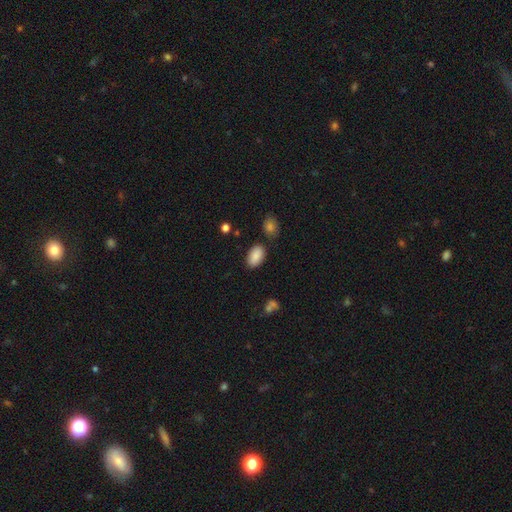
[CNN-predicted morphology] type=smooth (88%); roundness=in between (93%); merging=none (82%).